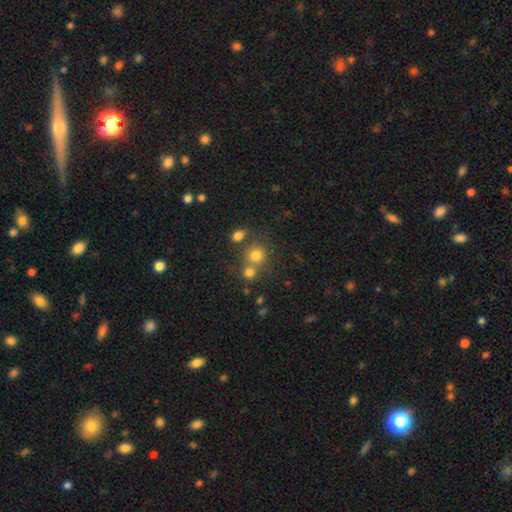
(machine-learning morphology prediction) Overall: smooth (76%). How rounded: round (82%). Merging: none (53%; merger 33%).